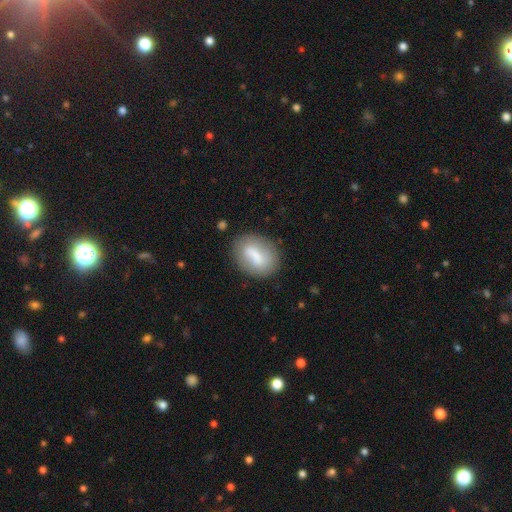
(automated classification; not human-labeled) smooth_or_featured: smooth (p=0.67) [alt: featured or disk p=0.26]
how_rounded: in between (p=0.71) [alt: round p=0.27]
merging: none (p=0.73) [alt: minor disturbance p=0.17]